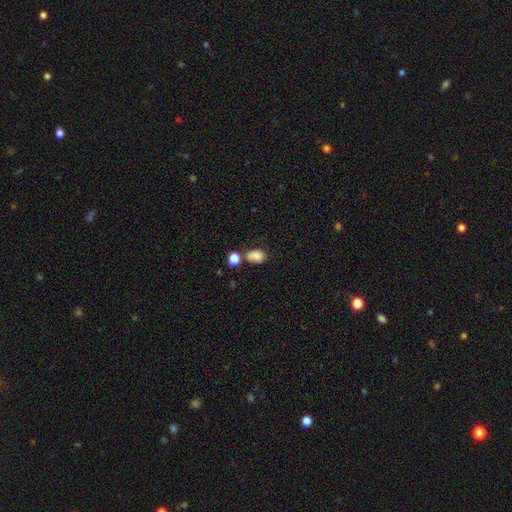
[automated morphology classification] Smooth or featured?
  - smooth: 82% *
  - star or artifact: 11%
  - featured or disk: 8%
How rounded?
  - in between: 71% *
  - round: 27%
  - cigar-shaped: 1%
Merging?
  - none: 52% *
  - merger: 21%
  - minor disturbance: 19%
  - major disturbance: 8%